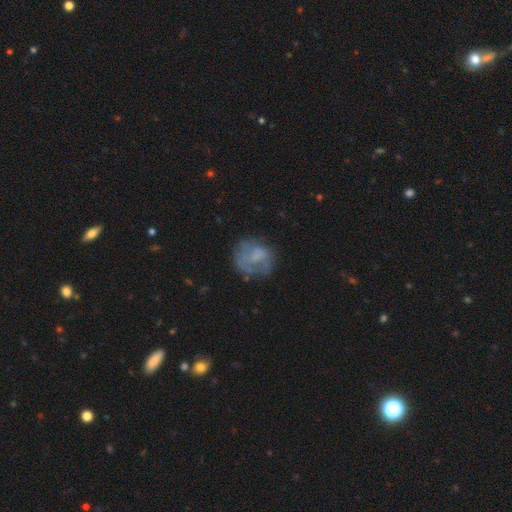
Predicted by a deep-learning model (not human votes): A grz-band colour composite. It shows a featured or disk galaxy (50%). Merging: none (57%).